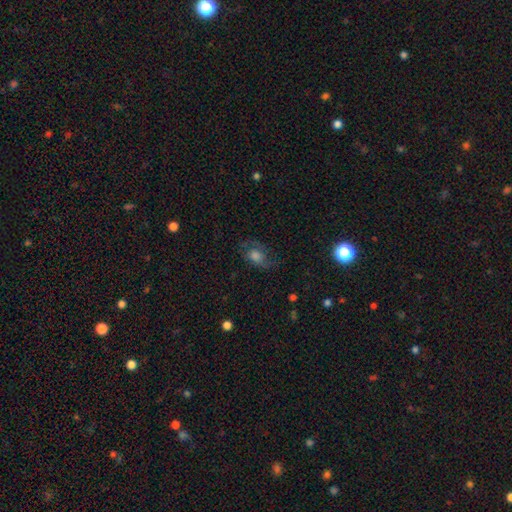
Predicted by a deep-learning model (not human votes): The model was most divided on "smooth or featured": featured or disk: 51%, smooth: 34%, star or artifact: 15%. More confident: edge-on disk — no (94%); merging — none (64%).